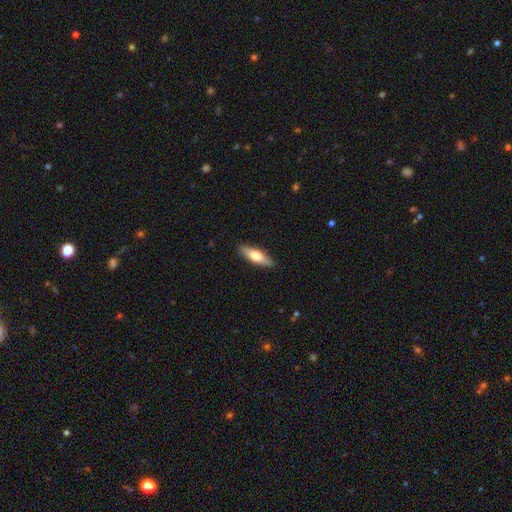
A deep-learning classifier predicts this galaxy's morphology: Smooth or featured: smooth — 60% (featured or disk — 34%)
How rounded: cigar-shaped — 57% (in between — 41%)
Merging: none — 89% (minor disturbance — 8%)